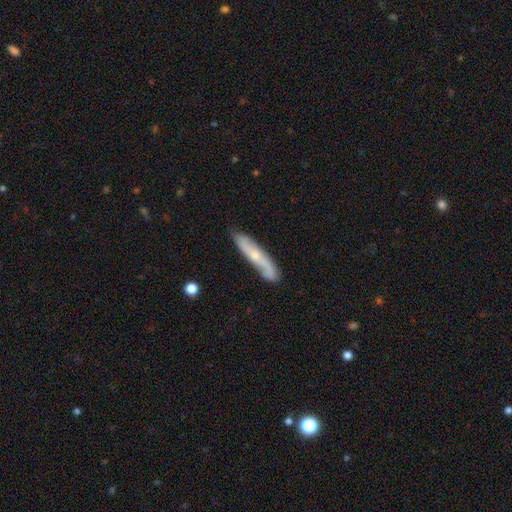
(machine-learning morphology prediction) Smooth or featured? Predicted: featured or disk (p=0.56). Edge-on disk? Predicted: no (p=0.53). Merging? Predicted: none (p=0.73).